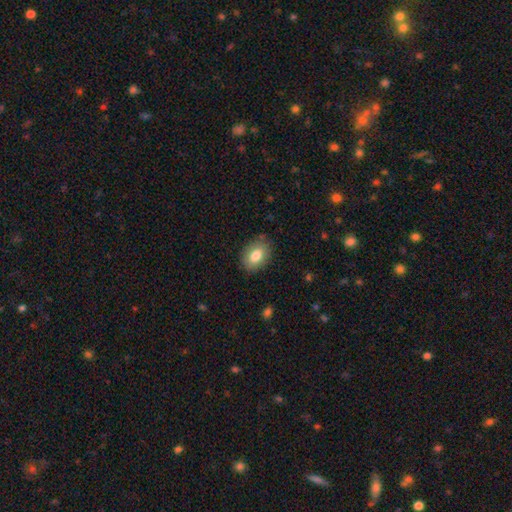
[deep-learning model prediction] Smooth or featured: smooth — 80% (featured or disk — 12%)
How rounded: in between — 82% (round — 16%)
Merging: none — 84% (minor disturbance — 12%)